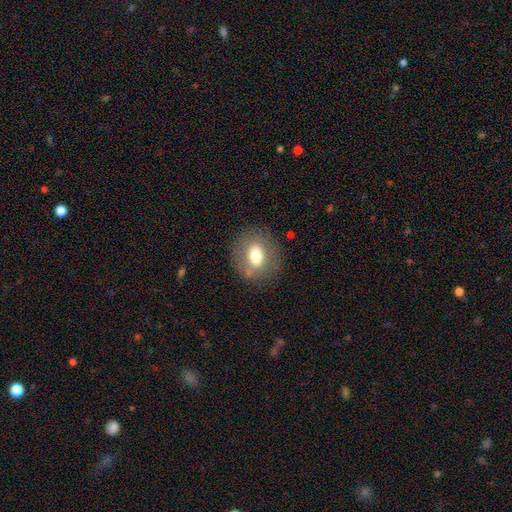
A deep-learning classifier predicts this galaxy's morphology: This appears to be a smooth galaxy with no disk features (65%) that is in between round and cigar-shaped (53%). Merging: none (79%).